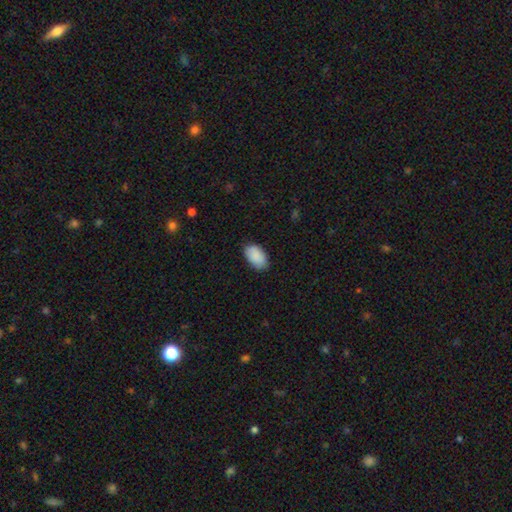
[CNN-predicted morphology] smooth-or-featured: smooth: 90% | star or artifact: 6% | featured or disk: 4%
  how-rounded: in between: 94% | round: 5% | cigar-shaped: 1%
  merging: none: 82% | minor disturbance: 14% | major disturbance: 2% | merger: 1%